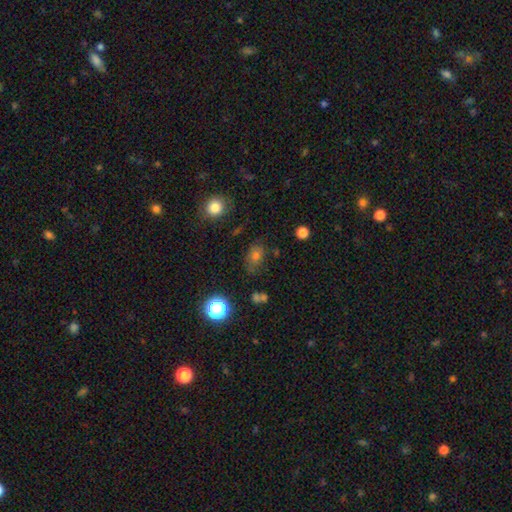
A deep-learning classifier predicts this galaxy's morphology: A smooth galaxy with no disk features (64%) that is in between round and cigar-shaped (68%).

Vote fractions:
- Smooth or featured? smooth: 64% / star or artifact: 23% / featured or disk: 12%
- How rounded? in between: 68% / round: 30% / cigar-shaped: 2%
- Merging? none: 69% / minor disturbance: 19% / major disturbance: 7% / merger: 4%